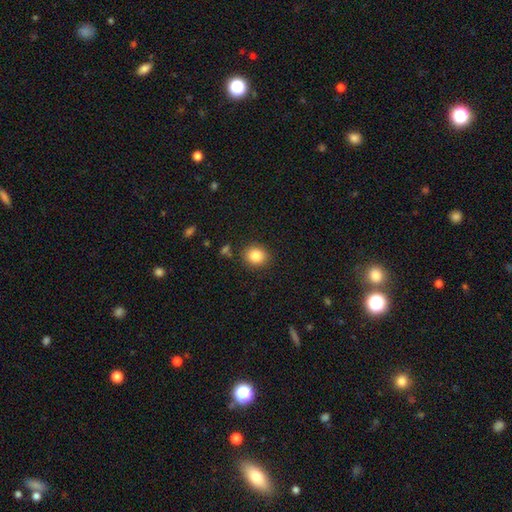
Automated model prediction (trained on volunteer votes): Smooth or featured? Predicted: smooth (p=0.85). How rounded? Predicted: round (p=0.73). Merging? Predicted: none (p=0.87).